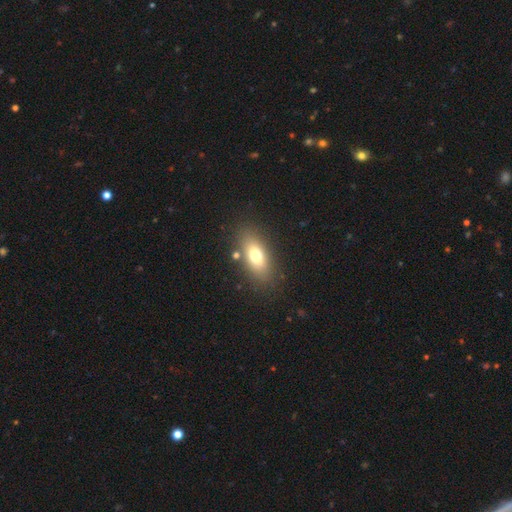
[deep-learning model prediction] Smooth or featured?
  - smooth: 72% *
  - featured or disk: 18%
  - star or artifact: 10%
How rounded?
  - in between: 83% *
  - cigar-shaped: 10%
  - round: 6%
Merging?
  - none: 81% *
  - minor disturbance: 10%
  - merger: 4%
  - major disturbance: 4%